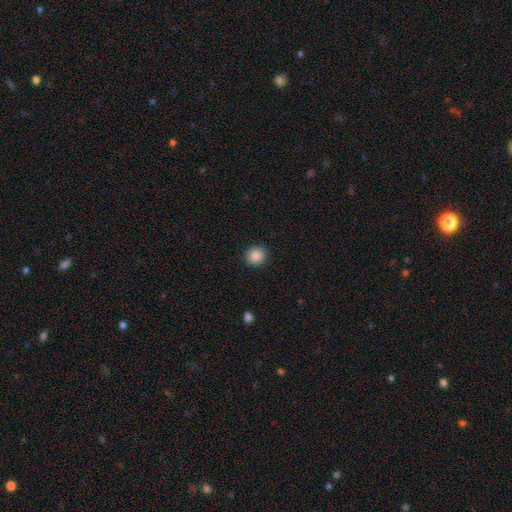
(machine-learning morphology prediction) Overall: smooth (88%). How rounded: round (88%). Merging: none (91%).